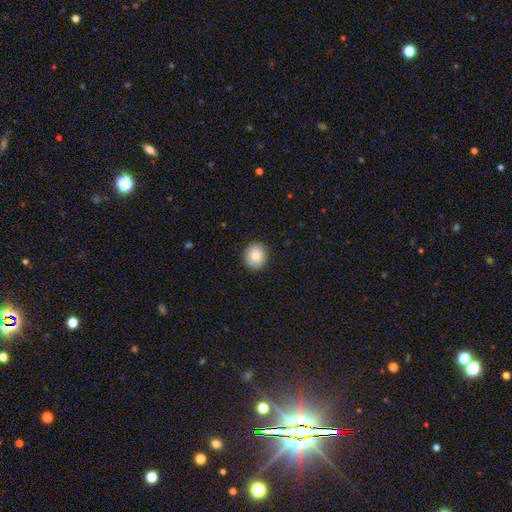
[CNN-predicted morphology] A smooth galaxy with no disk features (85%) that is round (82%).

Vote fractions:
- Smooth or featured? smooth: 85% / star or artifact: 8% / featured or disk: 7%
- How rounded? round: 82% / in between: 17% / cigar-shaped: 1%
- Merging? none: 90% / minor disturbance: 8% / major disturbance: 2% / merger: 1%